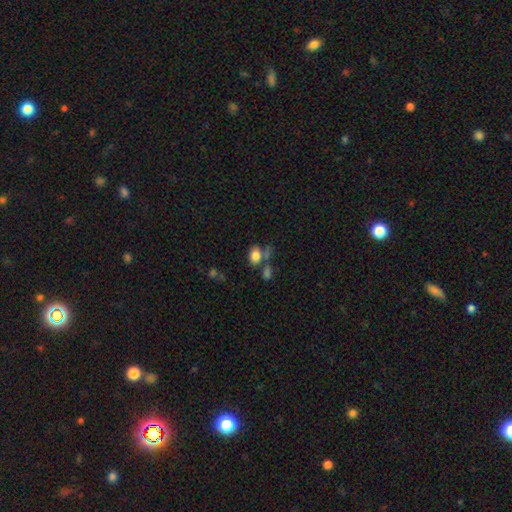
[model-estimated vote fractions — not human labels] smooth-or-featured: smooth: 81% | star or artifact: 10% | featured or disk: 9%
  how-rounded: in between: 72% | round: 26% | cigar-shaped: 1%
  merging: none: 49% | merger: 27% | minor disturbance: 16% | major disturbance: 8%